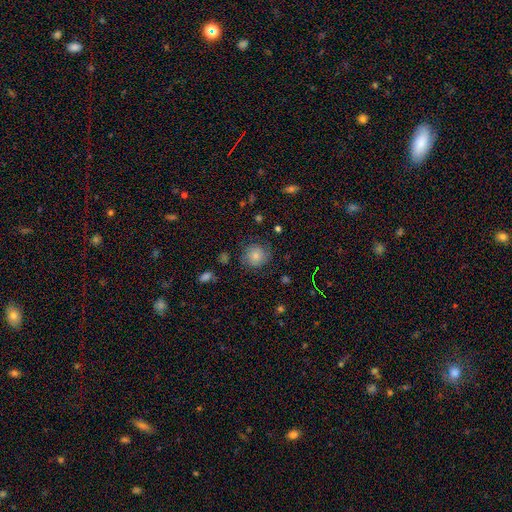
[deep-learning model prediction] smooth_or_featured: smooth (p=0.70) [alt: featured or disk p=0.19]
how_rounded: round (p=0.89) [alt: in between p=0.10]
merging: none (p=0.77) [alt: minor disturbance p=0.16]